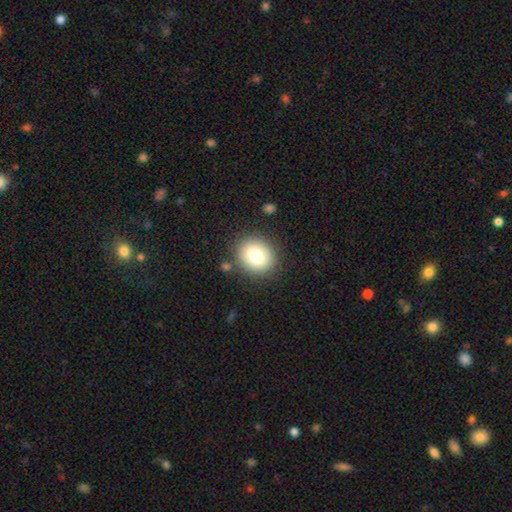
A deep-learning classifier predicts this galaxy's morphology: type=smooth (74%); roundness=round (67%); merging=none (84%).